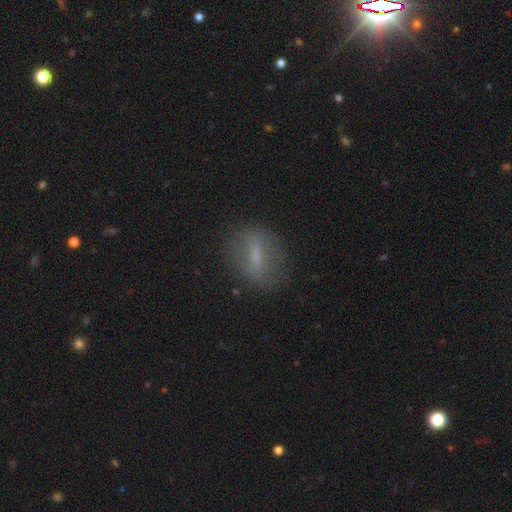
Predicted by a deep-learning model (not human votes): Morphology: type=smooth (54%); roundness=in between (55%); merging=none (79%).